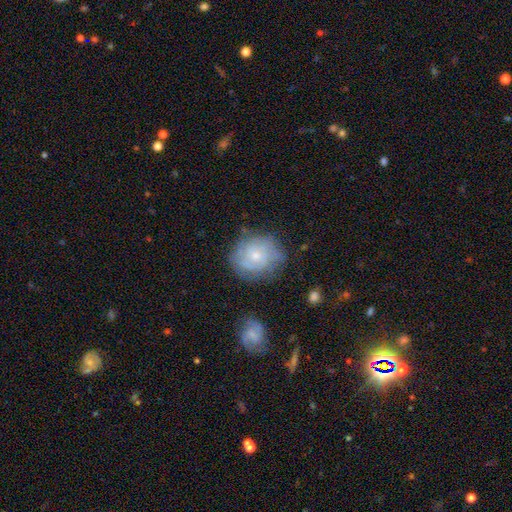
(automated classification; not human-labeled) This is possibly a featured or disk galaxy (57%). It is clearly not viewed edge-on (97%). Bar: likely no (77%). Spiral arm pattern: likely yes (78%). Central bulge: likely small (63%). Merging: likely none (67%).